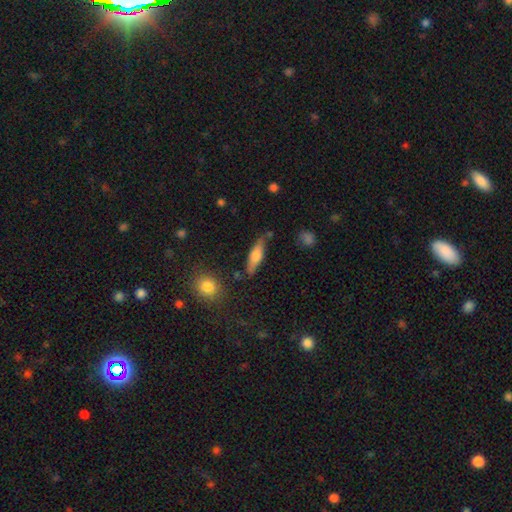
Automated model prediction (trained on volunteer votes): Smooth or featured? Predicted: smooth (p=0.57). How rounded? Predicted: cigar-shaped (p=0.56). Merging? Predicted: none (p=0.76).